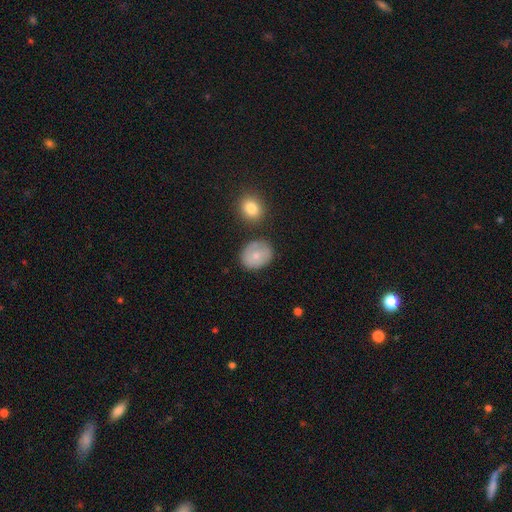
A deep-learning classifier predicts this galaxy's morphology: type=smooth (74%); roundness=round (55%); merging=none (71%).